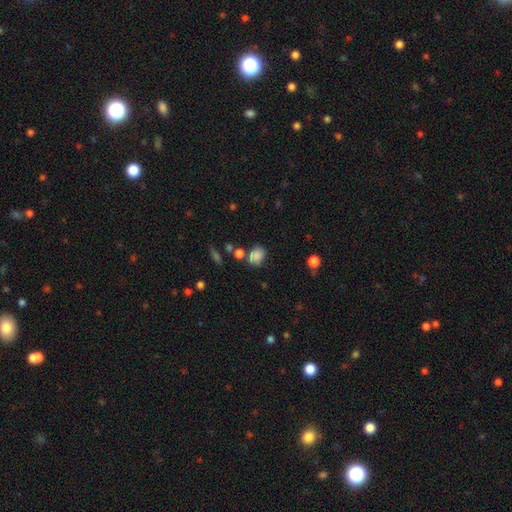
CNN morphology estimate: smooth 82%, star or artifact 11%, featured or disk 8%. Down the decision tree: how rounded — round (57%); merging — none (62%).